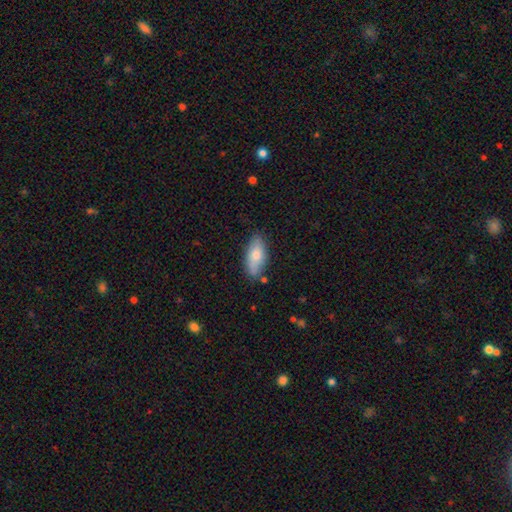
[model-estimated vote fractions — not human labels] Smooth or featured? Predicted: smooth (p=0.76). How rounded? Predicted: in between (p=0.84). Merging? Predicted: none (p=0.77).